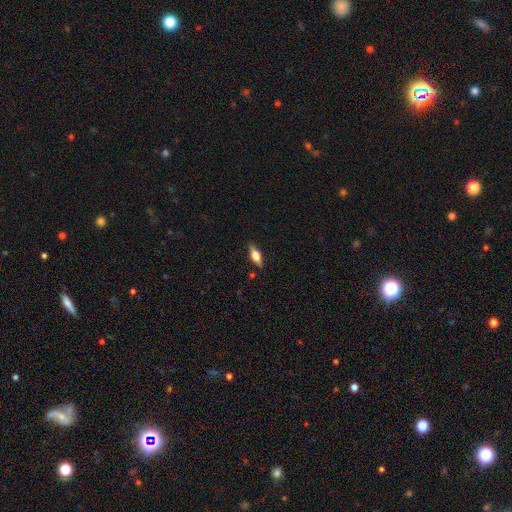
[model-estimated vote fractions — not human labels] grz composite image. It shows a smooth galaxy with no disk features (58%) that is in between round and cigar-shaped (68%). Merging: none (87%).